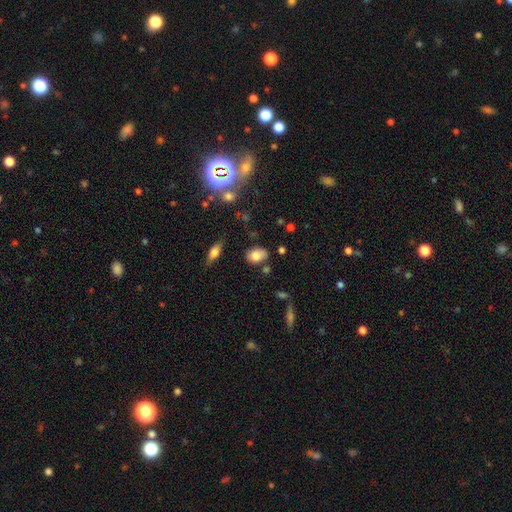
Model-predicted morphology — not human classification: A smooth galaxy with no disk features (80%) that is in between round and cigar-shaped (84%).

Vote fractions:
- Smooth or featured? smooth: 80% / featured or disk: 12% / star or artifact: 9%
- How rounded? in between: 84% / round: 15% / cigar-shaped: 2%
- Merging? none: 70% / minor disturbance: 20% / merger: 6% / major disturbance: 4%